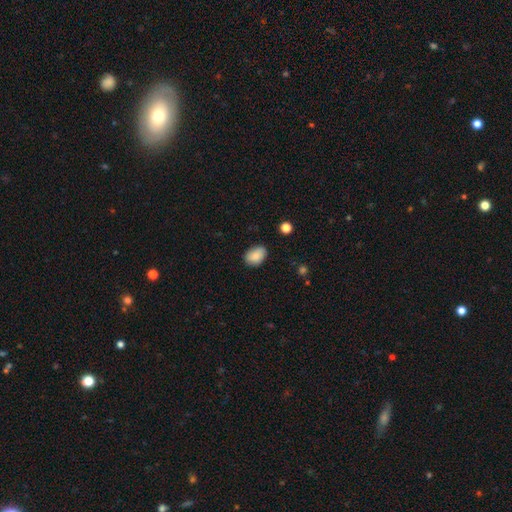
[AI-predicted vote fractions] A smooth galaxy with no disk features (86%) that is in between round and cigar-shaped (79%). Merging: none (78%).